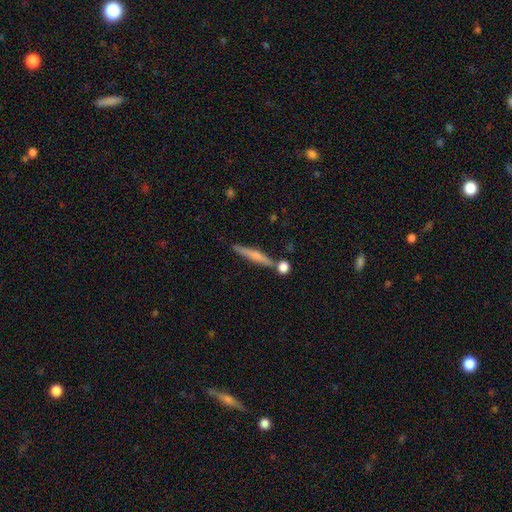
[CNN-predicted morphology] Smooth or featured?
  - smooth: 51% *
  - featured or disk: 43%
  - star or artifact: 7%
How rounded?
  - cigar-shaped: 91% *
  - in between: 7%
  - round: 3%
Merging?
  - none: 74% *
  - merger: 12%
  - minor disturbance: 11%
  - major disturbance: 3%